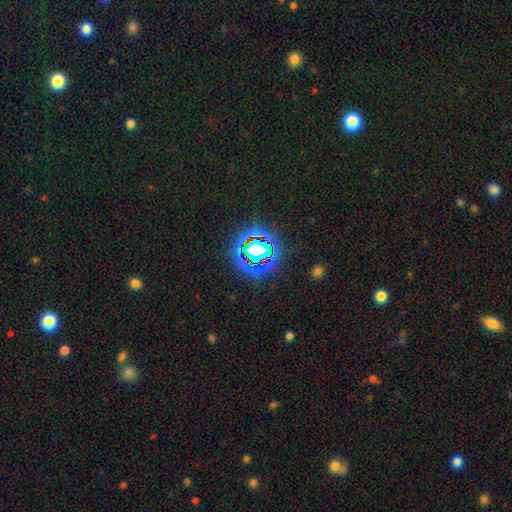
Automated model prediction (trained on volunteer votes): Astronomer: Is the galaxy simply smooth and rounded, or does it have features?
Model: star or artifact — 77%.